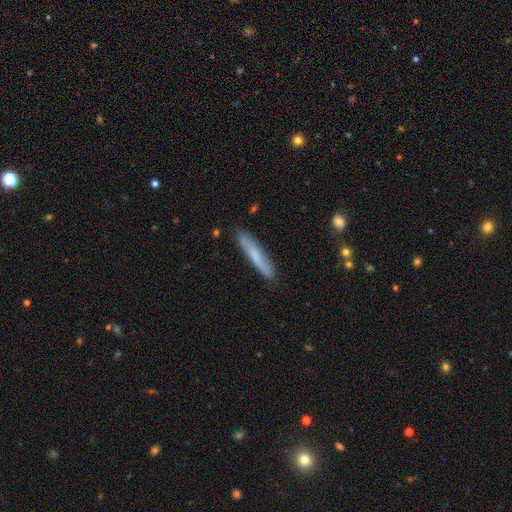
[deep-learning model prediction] This appears to be a smooth galaxy with no disk features (65%) that is cigar-shaped (92%). Merging: none (84%).